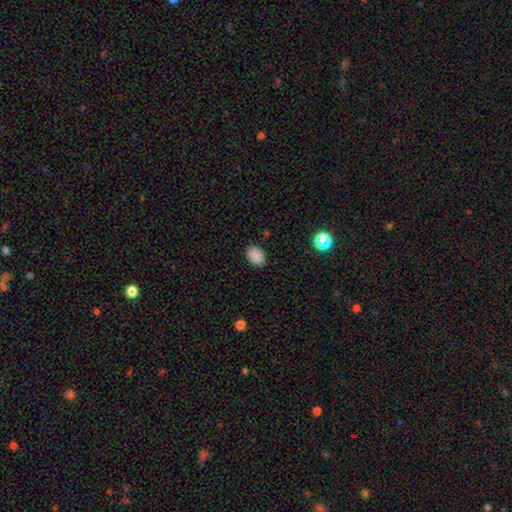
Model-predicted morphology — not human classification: A smooth galaxy with no disk features (87%) that is in between round and cigar-shaped (77%).

Vote fractions:
- Smooth or featured? smooth: 87% / star or artifact: 10% / featured or disk: 3%
- How rounded? in between: 77% / round: 22% / cigar-shaped: 1%
- Merging? none: 88% / minor disturbance: 9% / major disturbance: 2% / merger: 1%